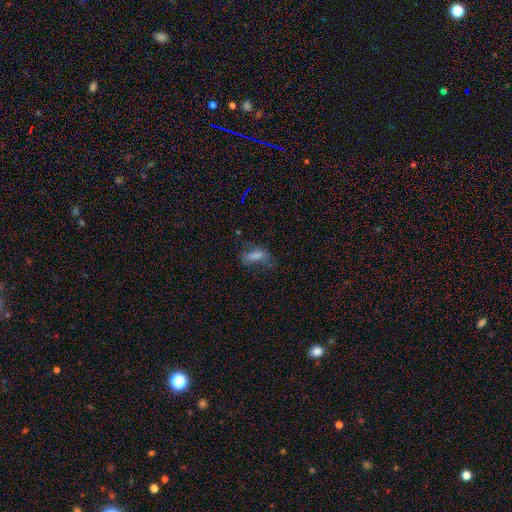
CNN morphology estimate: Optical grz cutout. It shows a smooth galaxy with no disk features (56%) that is in between round and cigar-shaped (65%). Merging: none (48%).